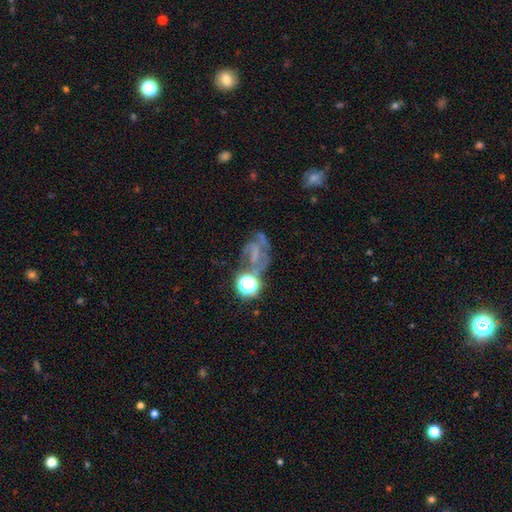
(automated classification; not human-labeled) Smooth or featured?
  - featured or disk: 46% *
  - star or artifact: 34%
  - smooth: 20%
Merging?
  - none: 49% *
  - major disturbance: 20%
  - minor disturbance: 17%
  - merger: 14%